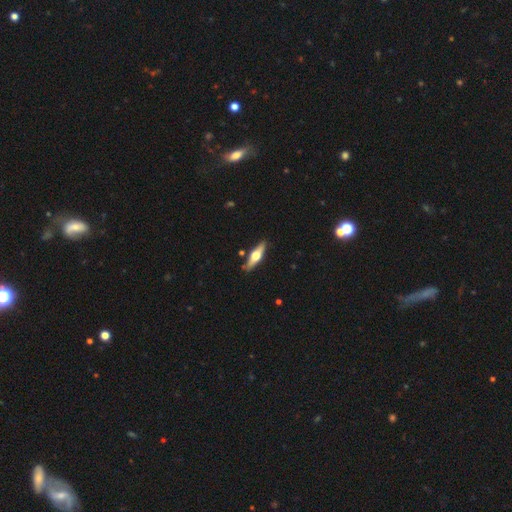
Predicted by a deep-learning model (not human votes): The model was most divided on "smooth or featured": featured or disk: 58%, smooth: 36%, star or artifact: 5%. More confident: edge-on bulge — rounded (94%); edge-on disk — yes (93%); merging — none (86%).